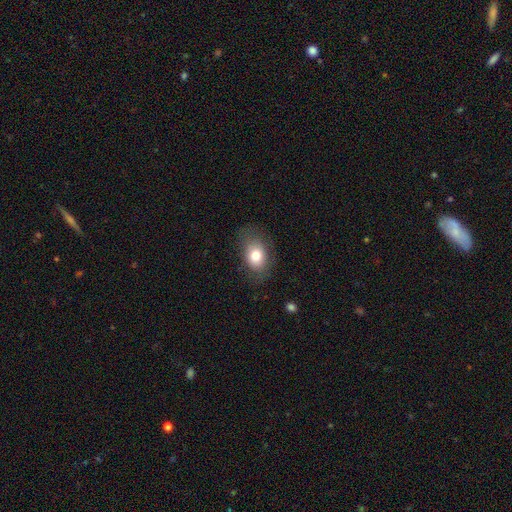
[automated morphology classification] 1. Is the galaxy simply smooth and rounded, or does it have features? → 77% smooth, 14% featured or disk, 9% star or artifact.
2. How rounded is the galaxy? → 76% in between, 23% round, 1% cigar-shaped.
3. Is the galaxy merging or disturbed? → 73% none, 19% minor disturbance, 8% major disturbance, 1% merger.